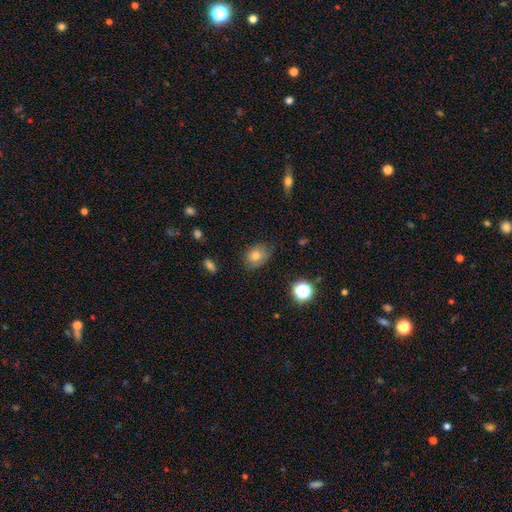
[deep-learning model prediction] Smooth or featured?
  - smooth: 75% *
  - star or artifact: 13%
  - featured or disk: 12%
How rounded?
  - in between: 59% *
  - round: 39%
  - cigar-shaped: 1%
Merging?
  - none: 71% *
  - minor disturbance: 22%
  - major disturbance: 5%
  - merger: 2%